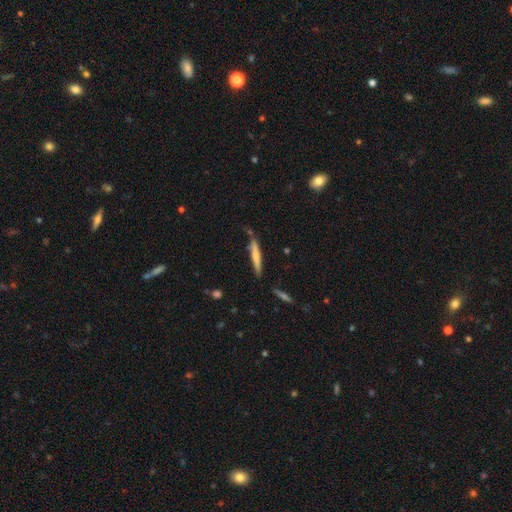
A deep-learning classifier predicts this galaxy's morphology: Q: Smooth or featured?
A: smooth (59%); runner-up: featured or disk (35%)
Q: How rounded?
A: cigar-shaped (94%); runner-up: in between (4%)
Q: Merging?
A: none (76%); runner-up: minor disturbance (17%)